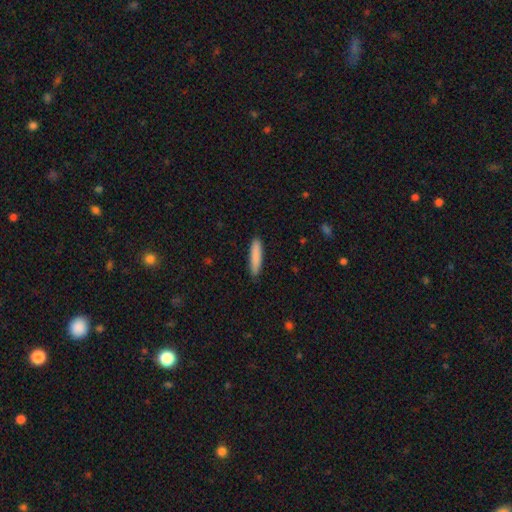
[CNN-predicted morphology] A smooth galaxy with no disk features (86%) that is cigar-shaped (86%). Merging: none (88%).